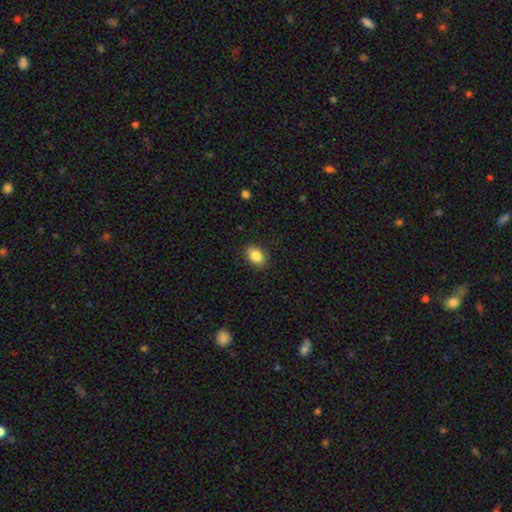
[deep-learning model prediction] smooth_or_featured: smooth (p=0.85) [alt: star or artifact p=0.08]
how_rounded: in between (p=0.79) [alt: round p=0.20]
merging: none (p=0.86) [alt: minor disturbance p=0.10]